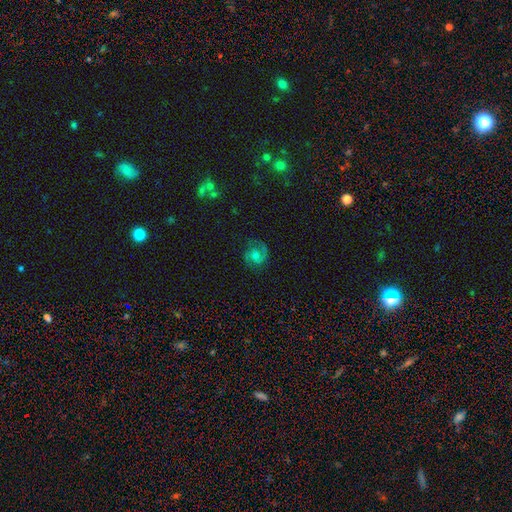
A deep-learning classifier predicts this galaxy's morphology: type=featured or disk (70%); edge-on=no (98%); bar=no (62%); spiral arms=yes (94%); winding=medium (50%); arm count=2 (84%); bulge=moderate (52%); merging=none (77%).